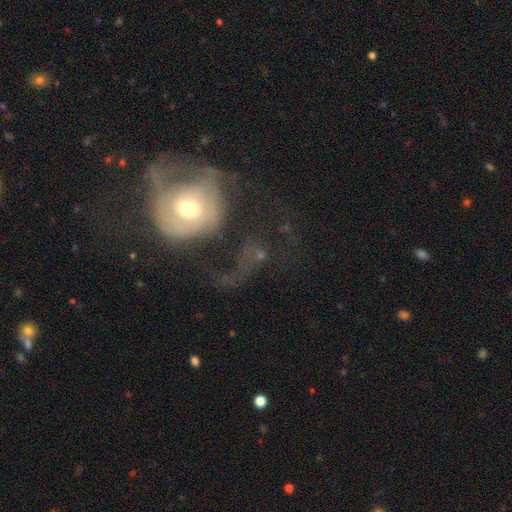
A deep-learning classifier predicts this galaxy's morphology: Smooth or featured? featured or disk (50%)
Edge-on disk? no (94%)
Merging? major disturbance (59%)